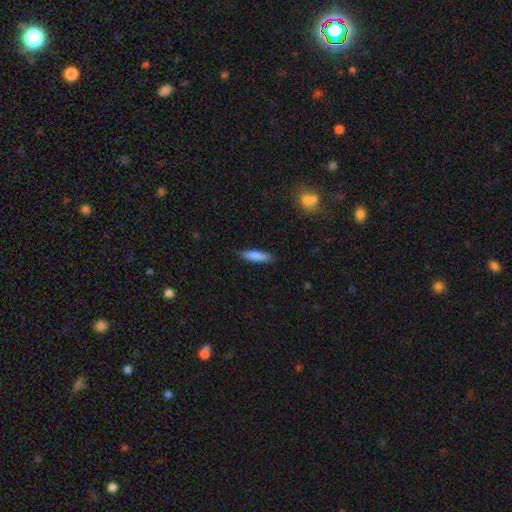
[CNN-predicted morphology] smooth_or_featured: smooth (p=0.83) [alt: featured or disk p=0.10]
how_rounded: cigar-shaped (p=0.73) [alt: in between p=0.26]
merging: none (p=0.84) [alt: minor disturbance p=0.12]